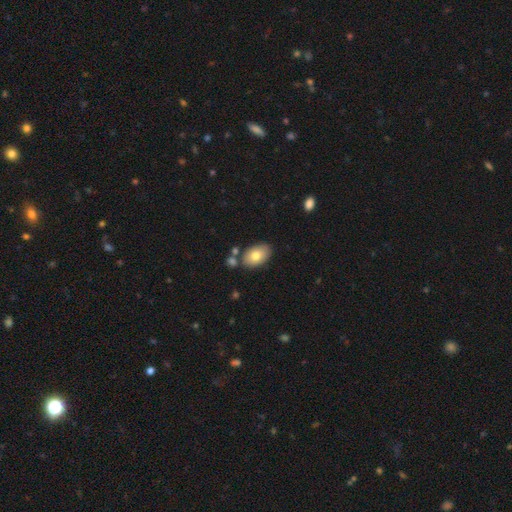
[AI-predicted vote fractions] This appears to be a smooth galaxy with no disk features (75%) that is in between round and cigar-shaped (91%). Merging: none (74%).